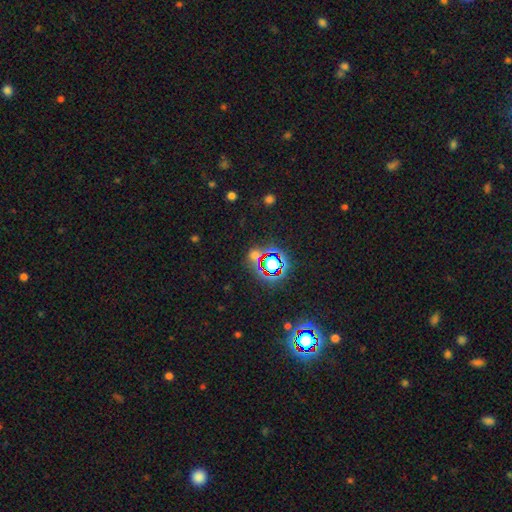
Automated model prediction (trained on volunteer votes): This appears to be a star or artifact, not a galaxy (62%).